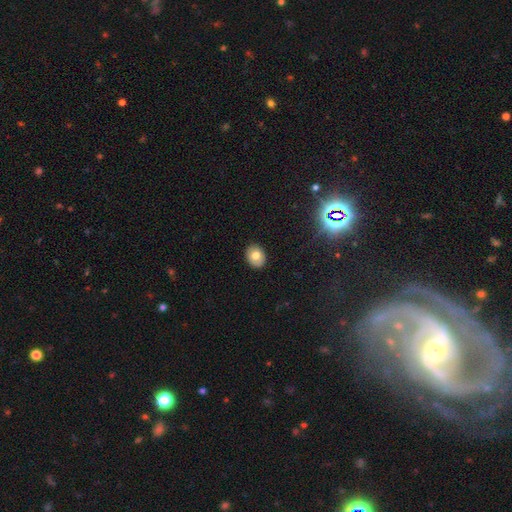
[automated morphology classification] A smooth galaxy with no disk features (74%) that is in between round and cigar-shaped (58%).

Vote fractions:
- Smooth or featured? smooth: 74% / featured or disk: 15% / star or artifact: 11%
- How rounded? in between: 58% / round: 41% / cigar-shaped: 1%
- Merging? none: 90% / minor disturbance: 8% / major disturbance: 2% / merger: 1%